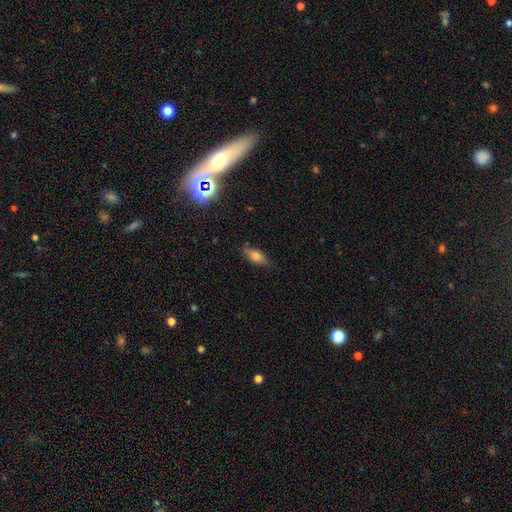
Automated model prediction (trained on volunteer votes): smooth_or_featured: smooth (p=0.73) [alt: featured or disk p=0.17]
how_rounded: in between (p=0.78) [alt: cigar-shaped p=0.19]
merging: none (p=0.79) [alt: minor disturbance p=0.17]